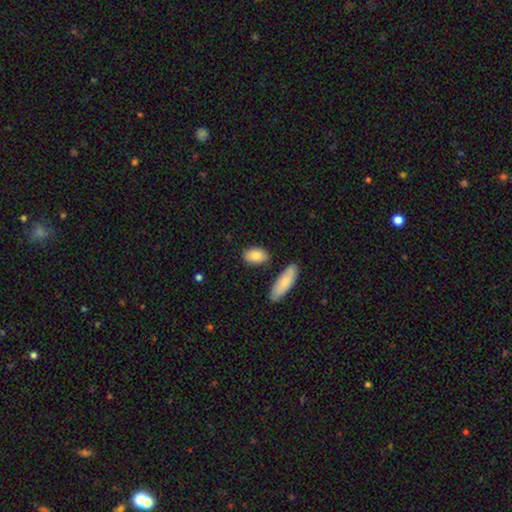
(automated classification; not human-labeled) A smooth galaxy with no disk features (84%) that is in between round and cigar-shaped (89%). Merging: none (78%).